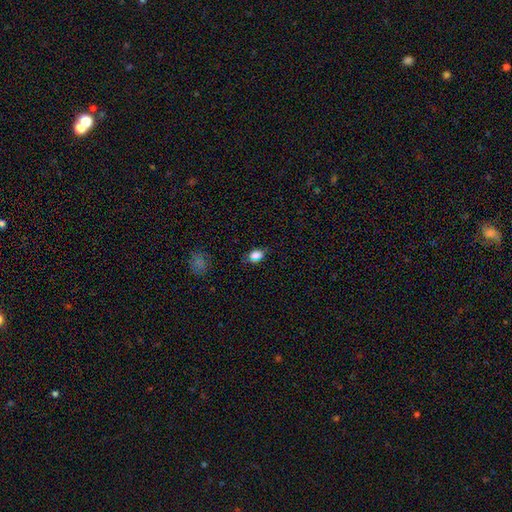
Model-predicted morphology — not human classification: Smooth or featured? Predicted: smooth (p=0.83). How rounded? Predicted: in between (p=0.76). Merging? Predicted: none (p=0.78).